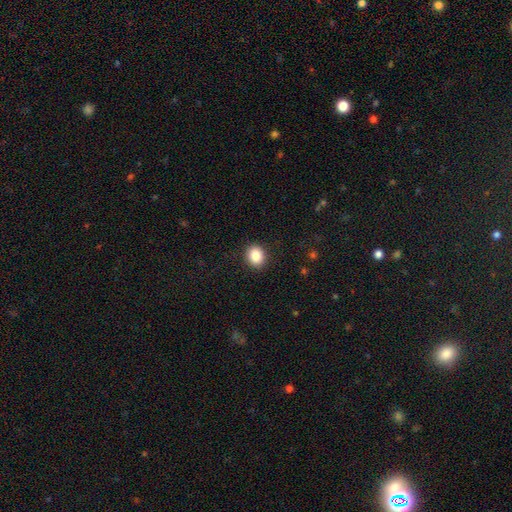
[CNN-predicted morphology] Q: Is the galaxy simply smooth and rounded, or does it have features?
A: smooth — 86%.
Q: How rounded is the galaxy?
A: round — 70%.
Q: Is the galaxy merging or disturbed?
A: none — 91%.